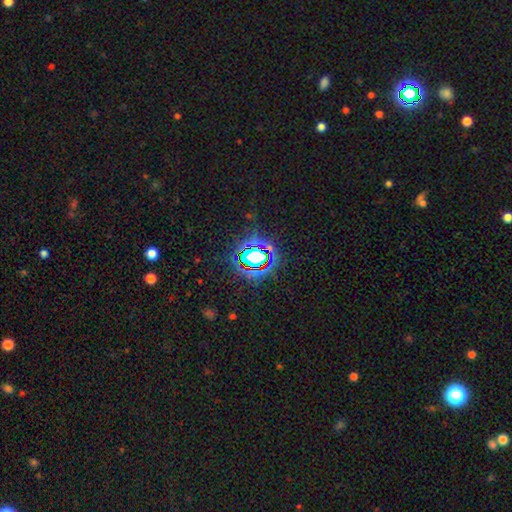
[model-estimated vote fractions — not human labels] A star or artifact, not a galaxy (73%).

Vote fractions:
- Smooth or featured? star or artifact: 73% / smooth: 16% / featured or disk: 11%